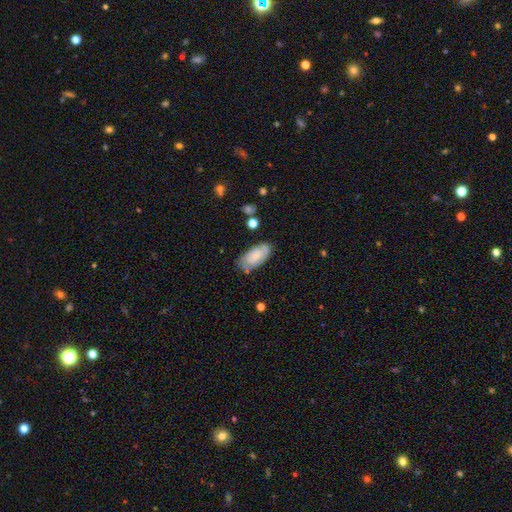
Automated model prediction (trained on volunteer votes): This appears to be a smooth galaxy with no disk features (61%) that is in between round and cigar-shaped (92%). Merging: none (68%).